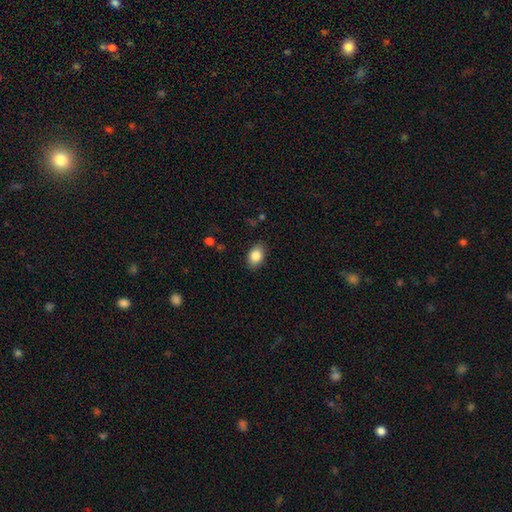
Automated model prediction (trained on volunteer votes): This is clearly a smooth galaxy (85%). How rounded: clearly in between (84%). Merging: clearly none (86%).